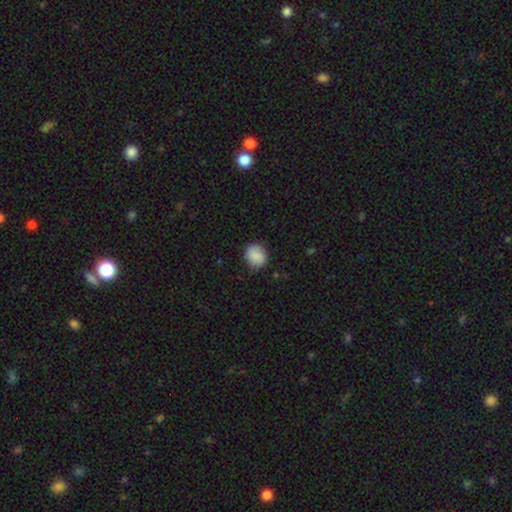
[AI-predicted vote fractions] Smooth or featured: smooth — 84% (featured or disk — 8%)
How rounded: round — 74% (in between — 25%)
Merging: none — 83% (minor disturbance — 13%)